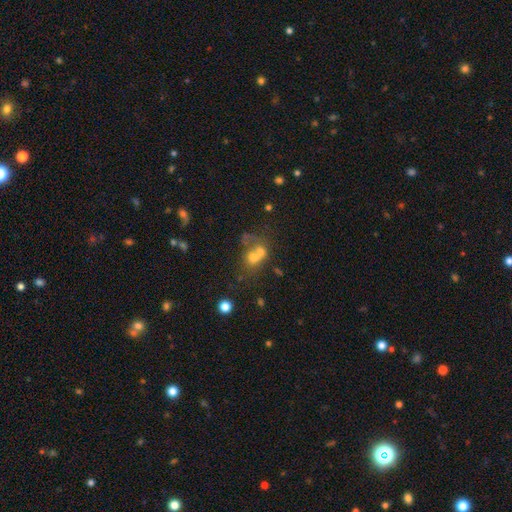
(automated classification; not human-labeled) smooth-or-featured: smooth: 54% | featured or disk: 29% | star or artifact: 17%
  how-rounded: round: 58% | in between: 40% | cigar-shaped: 1%
  merging: merger: 61% | none: 22% | major disturbance: 10% | minor disturbance: 8%